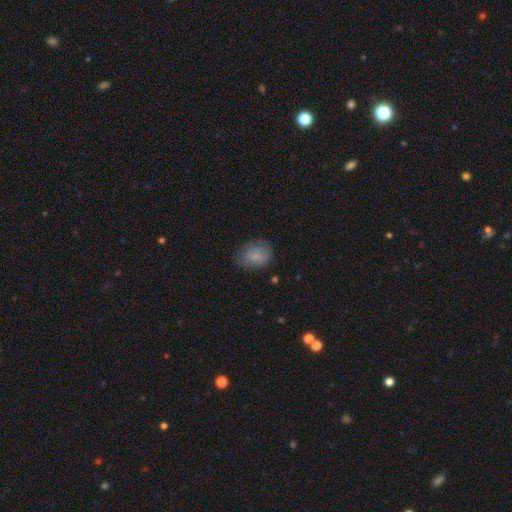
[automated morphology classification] A smooth galaxy with no disk features (78%) that is in between round and cigar-shaped (65%). Merging: none (70%).